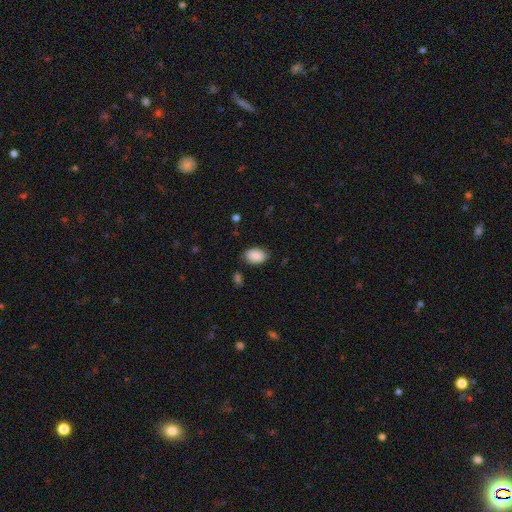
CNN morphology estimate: Q: Smooth or featured?
A: smooth (88%); runner-up: star or artifact (7%)
Q: How rounded?
A: in between (88%); runner-up: round (11%)
Q: Merging?
A: none (78%); runner-up: minor disturbance (16%)